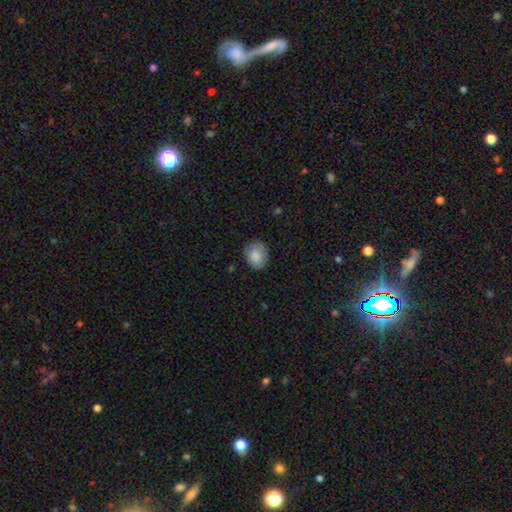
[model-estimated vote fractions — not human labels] A smooth galaxy with no disk features (82%) that is round (55%). Merging: none (78%).